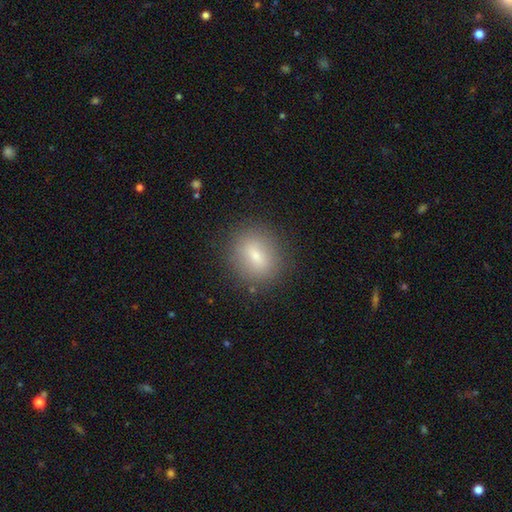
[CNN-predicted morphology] Smooth or featured?
  - smooth: 74% *
  - featured or disk: 16%
  - star or artifact: 10%
How rounded?
  - round: 55% *
  - in between: 42%
  - cigar-shaped: 3%
Merging?
  - none: 85% *
  - minor disturbance: 10%
  - major disturbance: 4%
  - merger: 2%